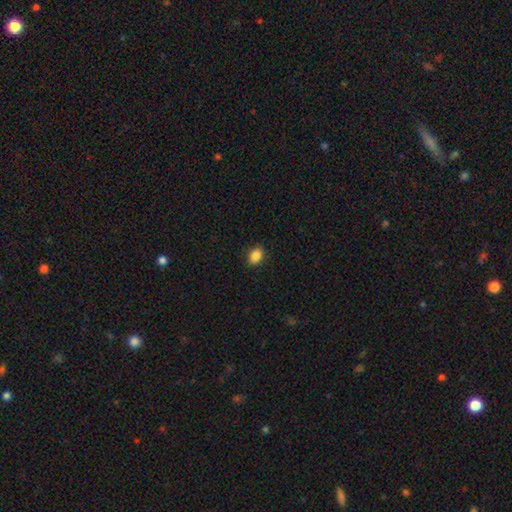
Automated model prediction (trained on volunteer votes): A smooth galaxy with no disk features (87%) that is in between round and cigar-shaped (68%). Merging: none (89%).